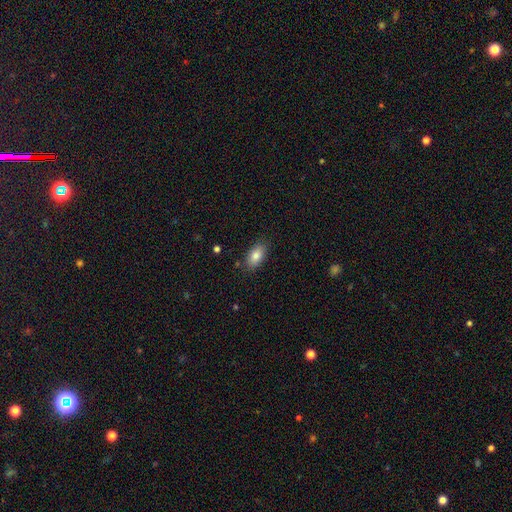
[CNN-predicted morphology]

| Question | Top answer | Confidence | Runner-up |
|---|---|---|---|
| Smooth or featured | smooth | 82% | featured or disk (10%) |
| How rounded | in between | 91% | round (5%) |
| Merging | none | 84% | minor disturbance (11%) |